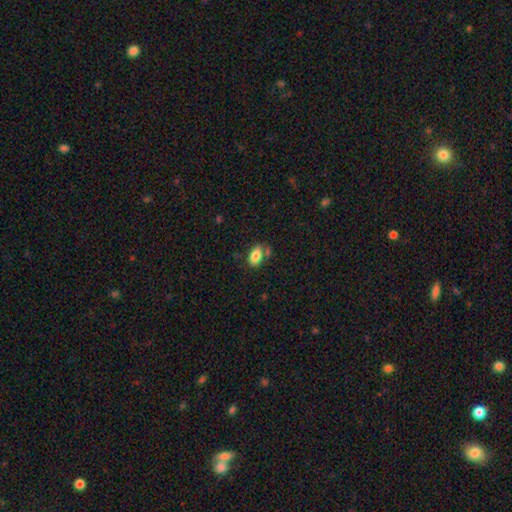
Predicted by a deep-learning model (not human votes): Smooth or featured: smooth — 84% (featured or disk — 9%)
How rounded: in between — 92% (round — 5%)
Merging: none — 67% (minor disturbance — 17%)